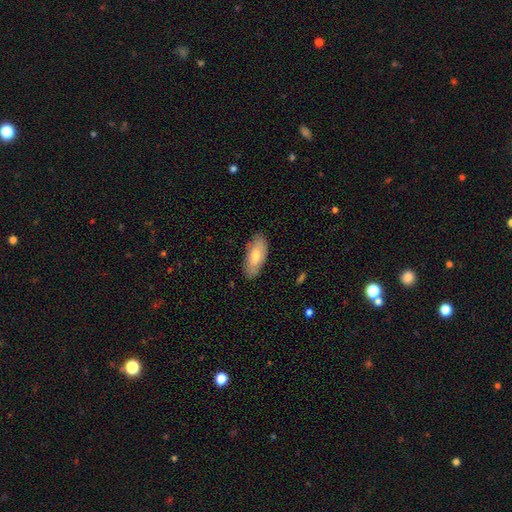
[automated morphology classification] This is likely a smooth galaxy (70%). How rounded: clearly in between (84%). Merging: clearly none (86%).